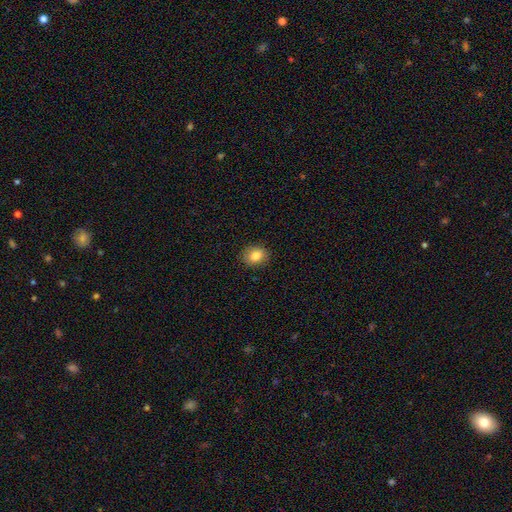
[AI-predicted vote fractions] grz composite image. It shows a smooth galaxy with no disk features (82%) that is round (59%). Merging: none (87%).